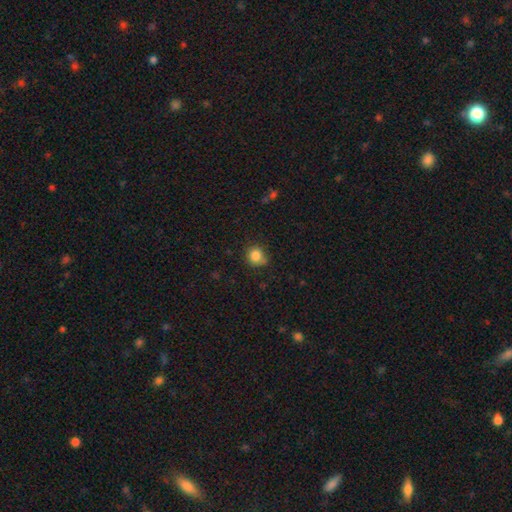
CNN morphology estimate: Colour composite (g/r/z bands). It shows a smooth galaxy with no disk features (84%) that is round (85%). Merging: none (67%).